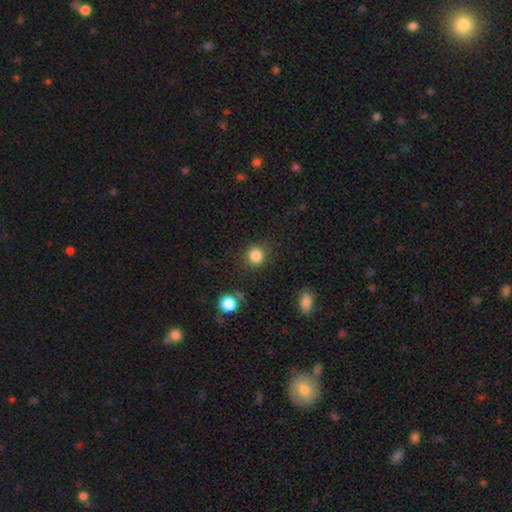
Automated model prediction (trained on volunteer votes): Overall: smooth (84%). How rounded: round (89%). Merging: none (86%).